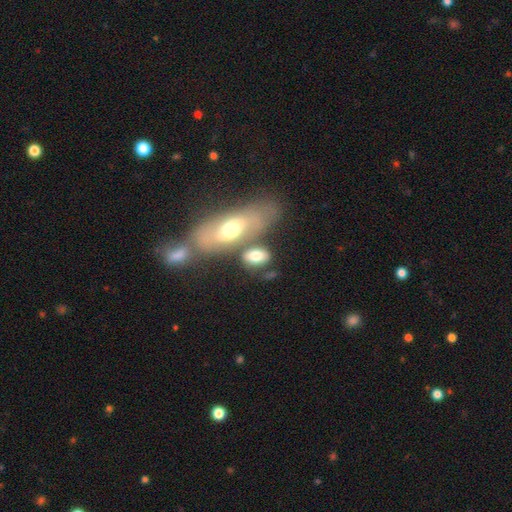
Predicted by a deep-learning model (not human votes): smooth_or_featured: smooth (p=0.72) [alt: featured or disk p=0.21]
how_rounded: in between (p=0.87) [alt: round p=0.08]
merging: none (p=0.50) [alt: merger p=0.29]